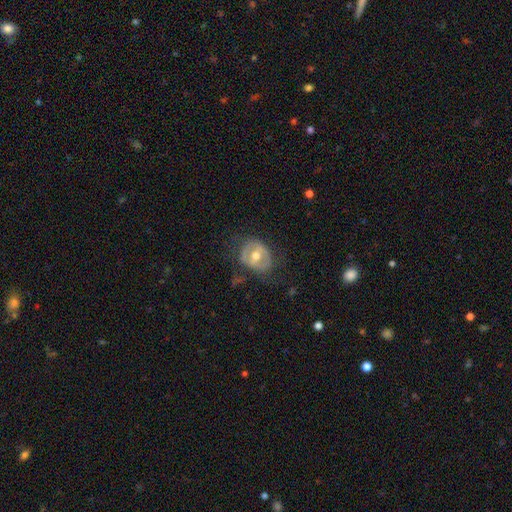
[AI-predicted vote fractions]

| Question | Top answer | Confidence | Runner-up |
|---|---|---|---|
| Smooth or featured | featured or disk | 60% | smooth (33%) |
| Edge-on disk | no | 94% | yes (6%) |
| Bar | weak | 35% | no (33%) |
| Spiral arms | no | 77% | yes (23%) |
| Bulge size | moderate | 78% | small (11%) |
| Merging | none | 66% | minor disturbance (20%) |